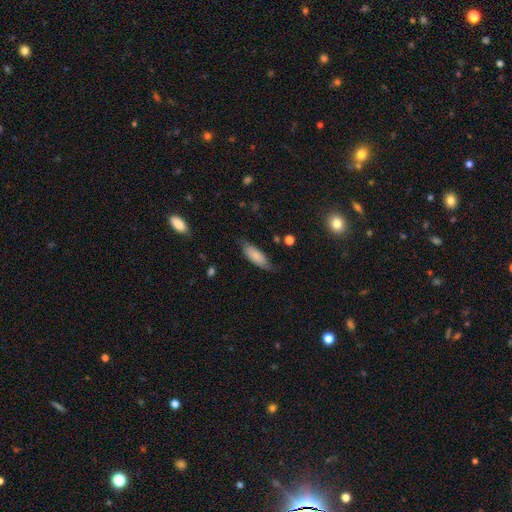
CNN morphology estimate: smooth-or-featured: smooth: 76% | featured or disk: 18% | star or artifact: 6%
  how-rounded: in between: 71% | cigar-shaped: 27% | round: 2%
  merging: none: 71% | minor disturbance: 23% | major disturbance: 5% | merger: 2%